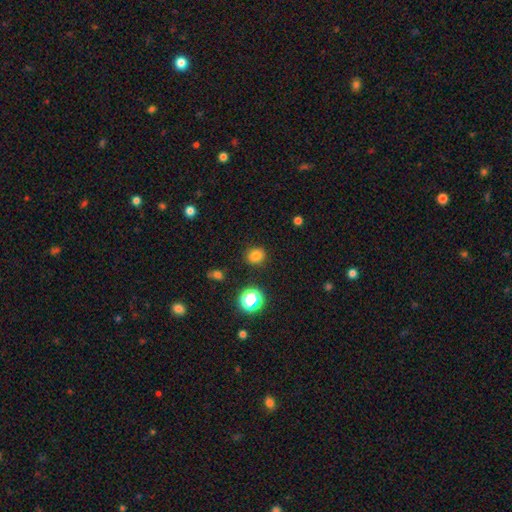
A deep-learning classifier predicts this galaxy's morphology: This appears to be a smooth galaxy with no disk features (79%) that is round (73%). Merging: none (87%).